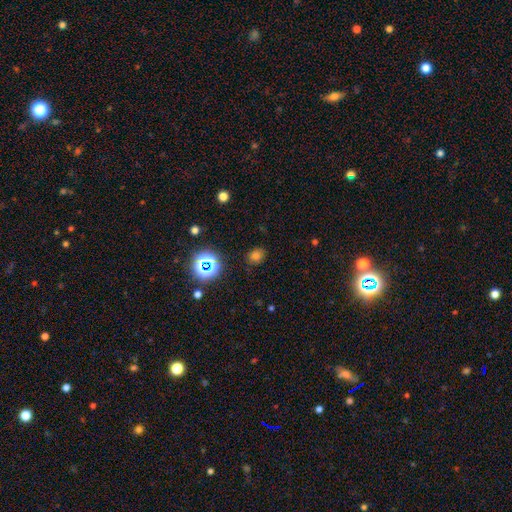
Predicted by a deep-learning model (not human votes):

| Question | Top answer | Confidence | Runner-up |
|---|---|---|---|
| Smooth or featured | smooth | 65% | star or artifact (29%) |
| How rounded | round | 59% | in between (39%) |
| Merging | none | 83% | minor disturbance (11%) |